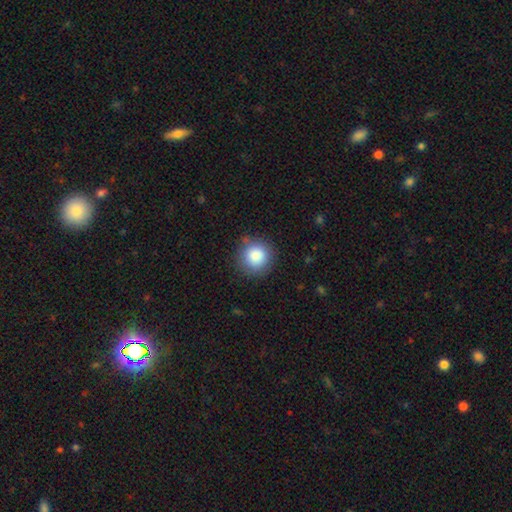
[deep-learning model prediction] This is clearly a smooth galaxy (86%). How rounded: clearly round (94%). Merging: clearly none (86%).